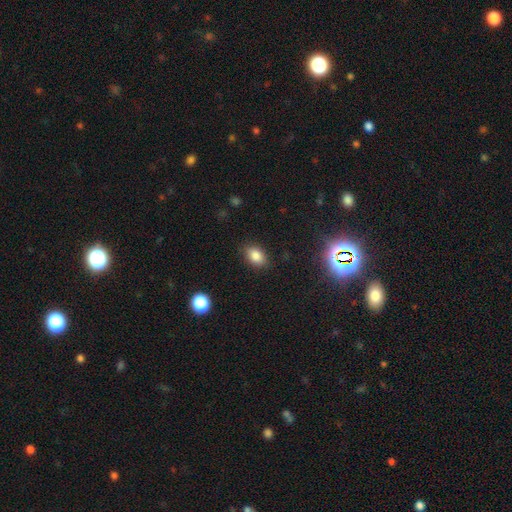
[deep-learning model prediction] Overall: smooth (83%). How rounded: in between (82%). Merging: none (85%).